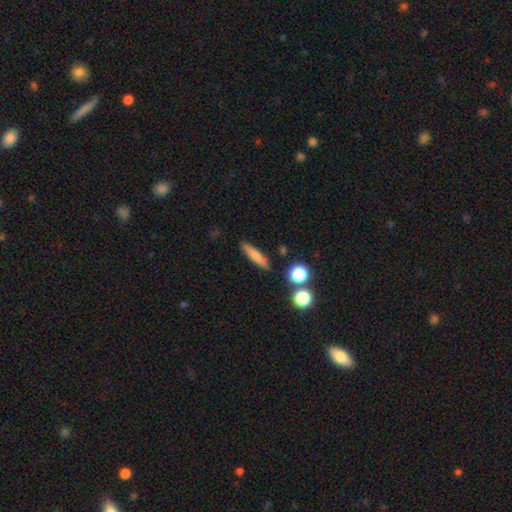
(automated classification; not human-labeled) Smooth or featured: smooth — 76% (featured or disk — 16%)
How rounded: cigar-shaped — 80% (in between — 16%)
Merging: none — 85% (minor disturbance — 9%)